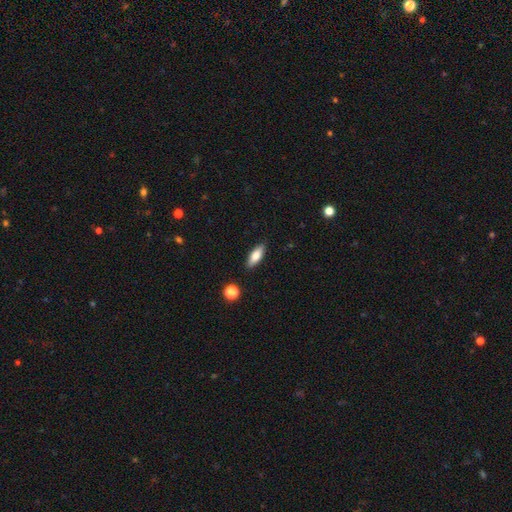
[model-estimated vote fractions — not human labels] Smooth or featured: smooth — 78% (featured or disk — 16%)
How rounded: in between — 70% (cigar-shaped — 28%)
Merging: none — 88% (minor disturbance — 9%)